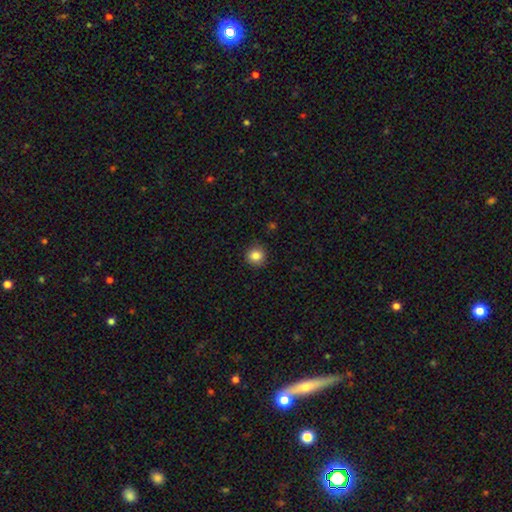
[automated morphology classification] type=smooth (84%); roundness=round (93%); merging=none (90%).